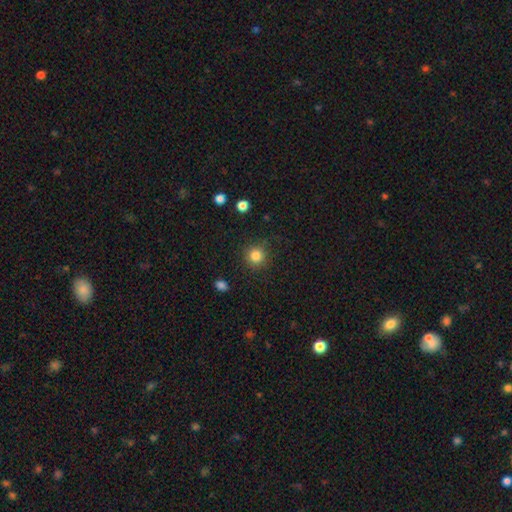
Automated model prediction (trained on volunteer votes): Morphology: type=smooth (84%); roundness=round (93%); merging=none (86%).